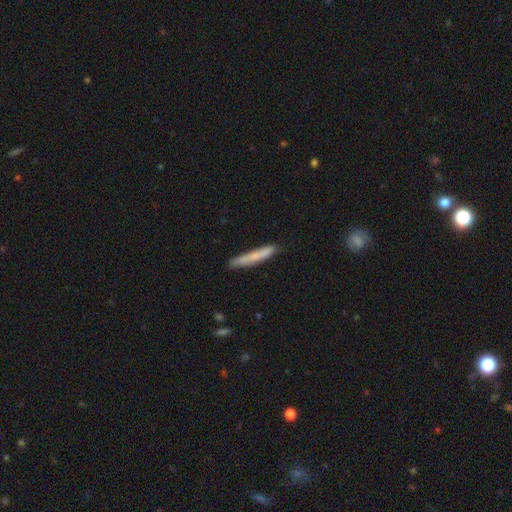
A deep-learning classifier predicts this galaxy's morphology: The model was most divided on "smooth or featured": smooth: 71%, featured or disk: 23%, star or artifact: 6%. More confident: how rounded — cigar-shaped (94%); merging — none (81%).